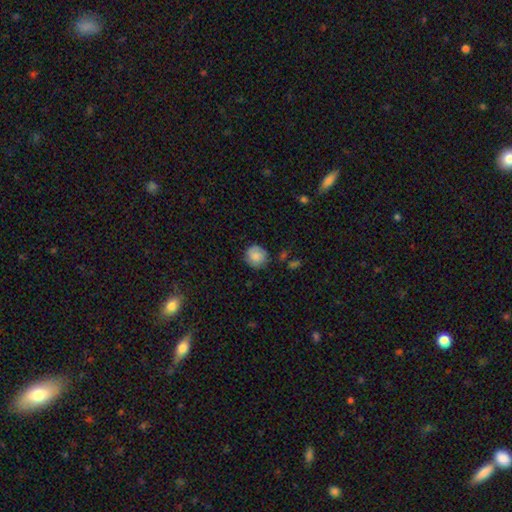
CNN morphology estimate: This is clearly a smooth galaxy (83%). How rounded: clearly round (90%). Merging: clearly none (80%).